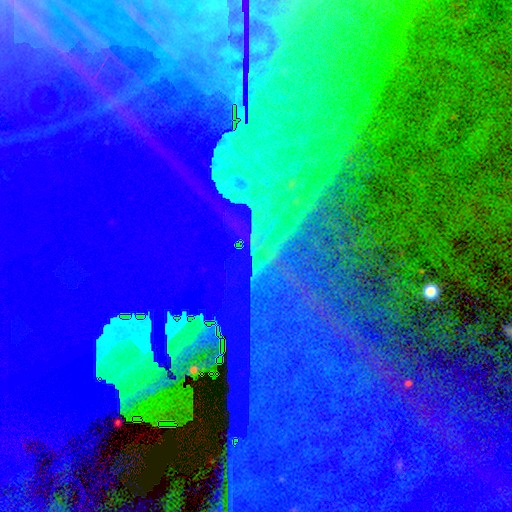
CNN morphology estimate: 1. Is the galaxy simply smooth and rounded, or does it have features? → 87% star or artifact, 7% featured or disk, 6% smooth.